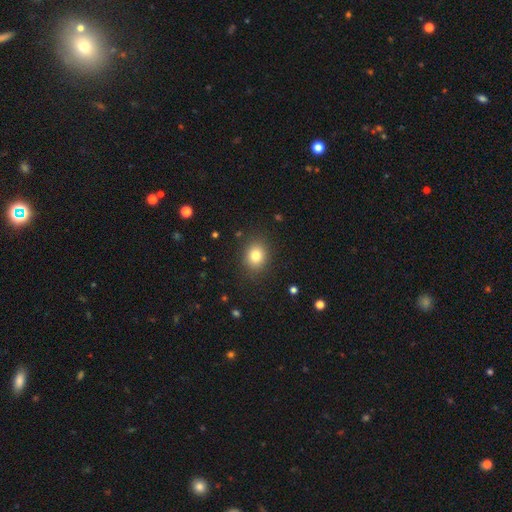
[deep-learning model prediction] smooth_or_featured: smooth (p=0.80) [alt: star or artifact p=0.12]
how_rounded: round (p=0.65) [alt: in between p=0.35]
merging: none (p=0.88) [alt: minor disturbance p=0.08]